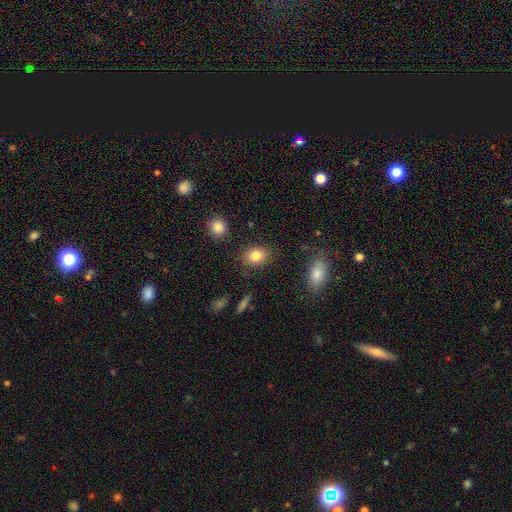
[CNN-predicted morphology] A smooth galaxy with no disk features (83%) that is in between round and cigar-shaped (58%).

Vote fractions:
- Smooth or featured? smooth: 83% / star or artifact: 9% / featured or disk: 8%
- How rounded? in between: 58% / round: 40% / cigar-shaped: 1%
- Merging? none: 86% / minor disturbance: 9% / major disturbance: 3% / merger: 2%